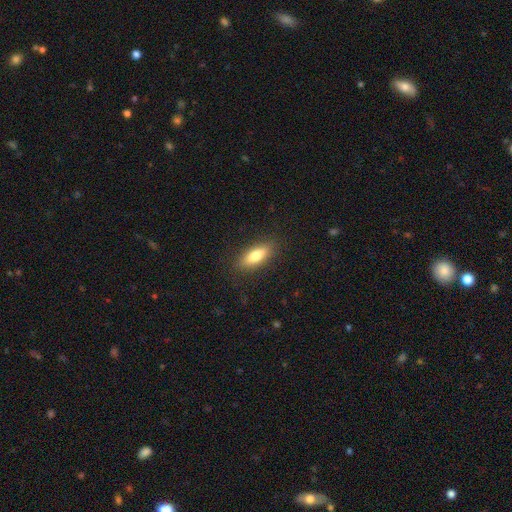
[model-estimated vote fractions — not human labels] Smooth or featured: smooth — 79% (featured or disk — 14%)
How rounded: in between — 69% (cigar-shaped — 28%)
Merging: none — 87% (minor disturbance — 10%)